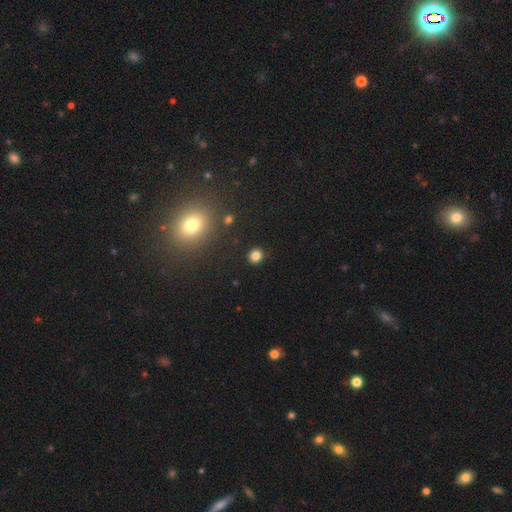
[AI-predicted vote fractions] A smooth galaxy with no disk features (82%) that is round (85%). Merging: none (89%).